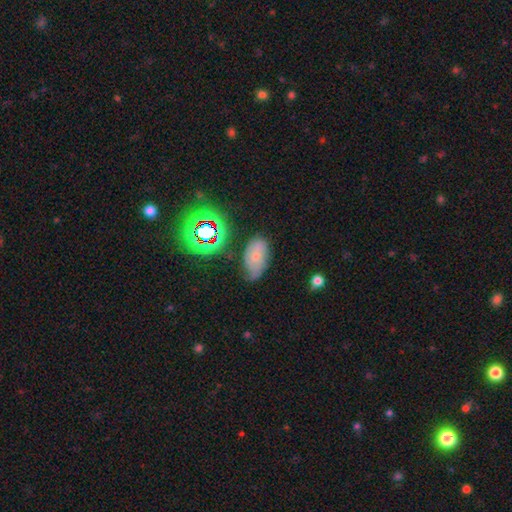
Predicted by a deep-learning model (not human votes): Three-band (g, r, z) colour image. It shows a smooth galaxy with no disk features (54%) that is in between round and cigar-shaped (91%). Merging: none (52%).